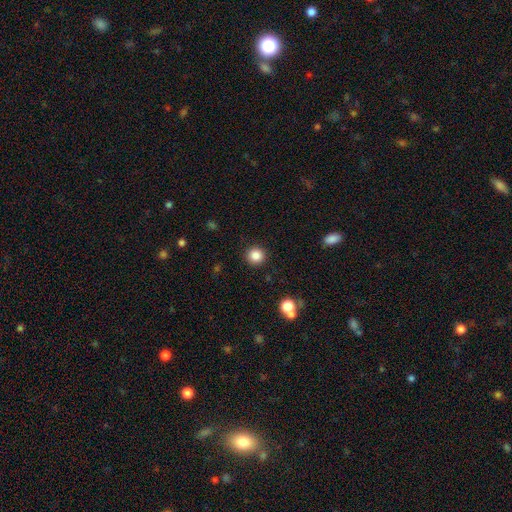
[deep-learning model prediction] Morphology: type=smooth (85%); roundness=round (95%); merging=none (92%).